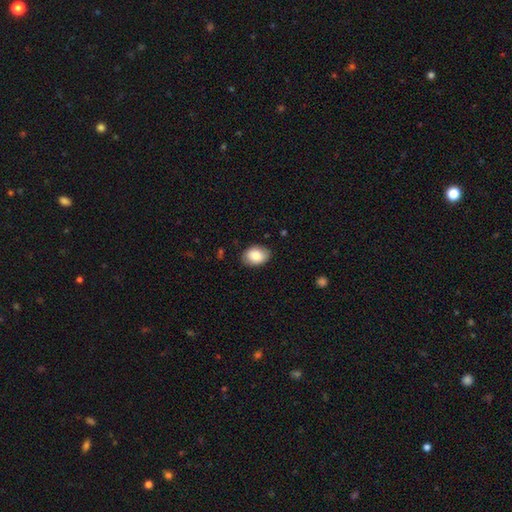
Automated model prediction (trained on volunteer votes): Smooth or featured? smooth (83%)
How rounded? in between (79%)
Merging? none (84%)